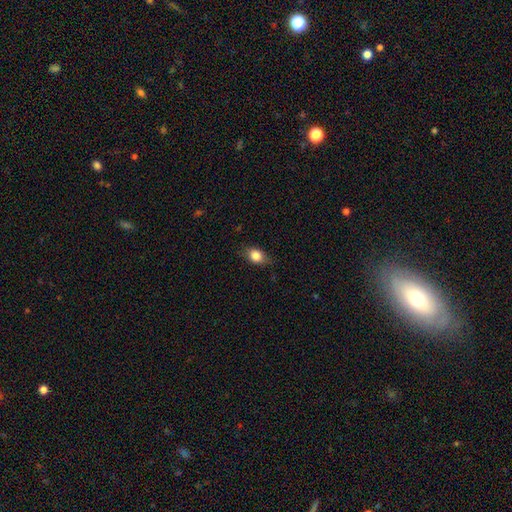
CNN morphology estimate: smooth_or_featured: smooth (p=0.81) [alt: featured or disk p=0.10]
how_rounded: in between (p=0.66) [alt: round p=0.31]
merging: none (p=0.74) [alt: minor disturbance p=0.20]